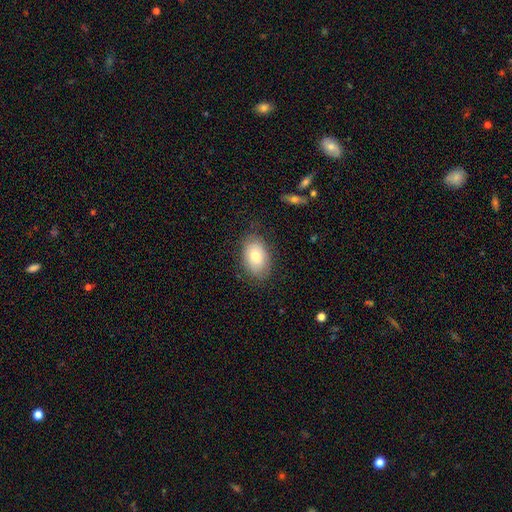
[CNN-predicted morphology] smooth_or_featured: smooth (p=0.76) [alt: featured or disk p=0.17]
how_rounded: in between (p=0.85) [alt: round p=0.13]
merging: none (p=0.81) [alt: minor disturbance p=0.14]